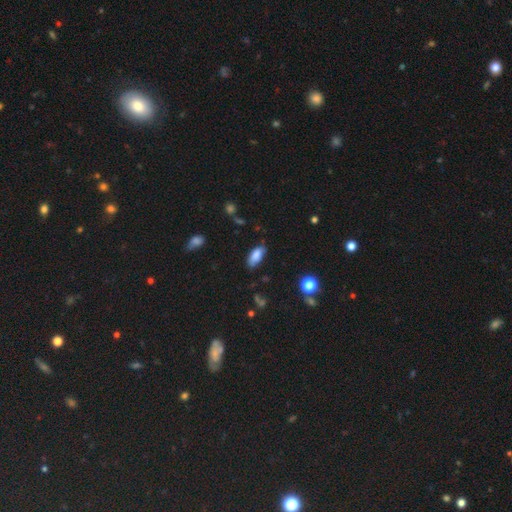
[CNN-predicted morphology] smooth_or_featured: smooth (p=0.80) [alt: featured or disk p=0.12]
how_rounded: in between (p=0.87) [alt: cigar-shaped p=0.10]
merging: none (p=0.68) [alt: minor disturbance p=0.24]